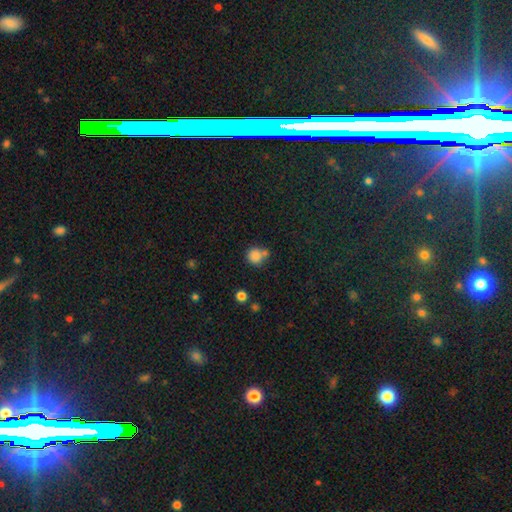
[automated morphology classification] This is clearly a smooth galaxy (83%). How rounded: clearly round (87%). Merging: possibly none (56%).